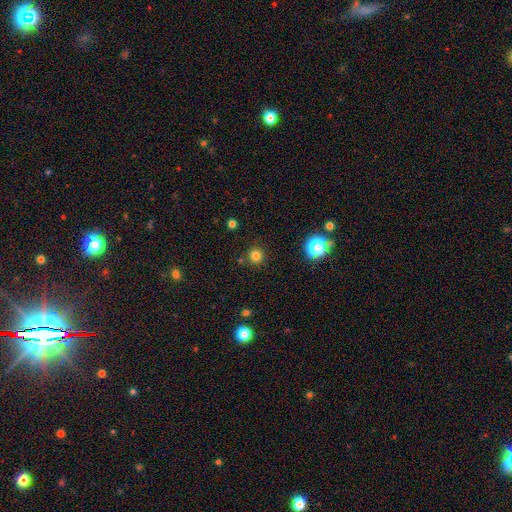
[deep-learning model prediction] The model was most divided on "smooth or featured": smooth: 78%, star or artifact: 17%, featured or disk: 5%. More confident: how rounded — round (94%); merging — none (86%).